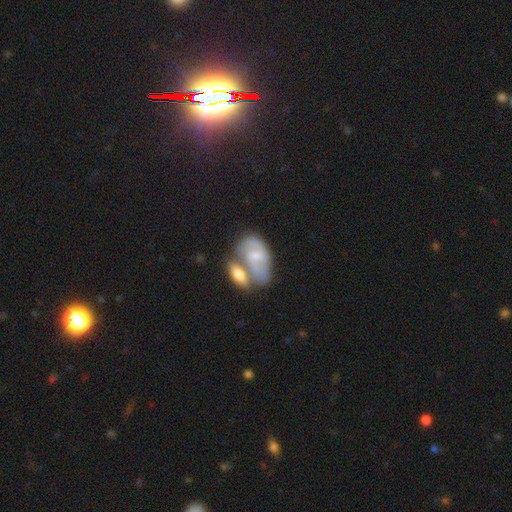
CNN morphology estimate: Smooth or featured?
  - featured or disk: 52% *
  - smooth: 41%
  - star or artifact: 7%
Edge-on disk?
  - no: 92% *
  - yes: 8%
Merging?
  - merger: 56% *
  - none: 22%
  - minor disturbance: 13%
  - major disturbance: 8%